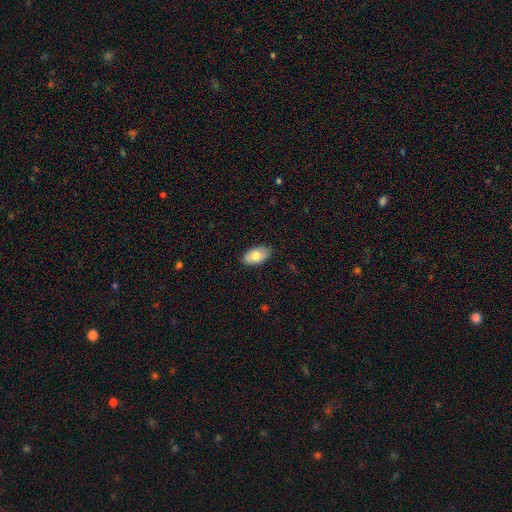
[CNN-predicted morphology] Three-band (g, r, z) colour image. It shows a smooth galaxy with no disk features (78%) that is in between round and cigar-shaped (94%). Merging: none (87%).